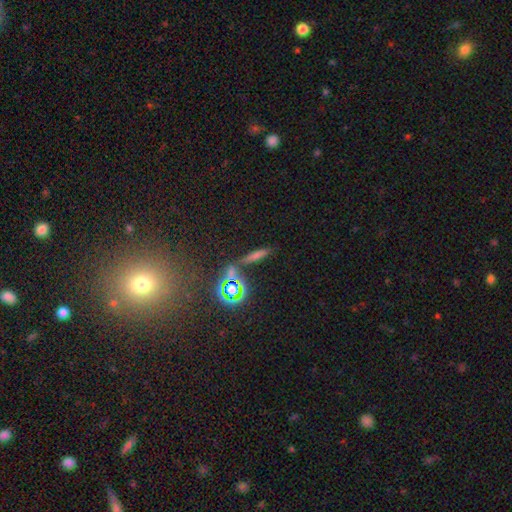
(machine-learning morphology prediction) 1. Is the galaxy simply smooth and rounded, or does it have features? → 52% star or artifact, 29% smooth, 19% featured or disk.